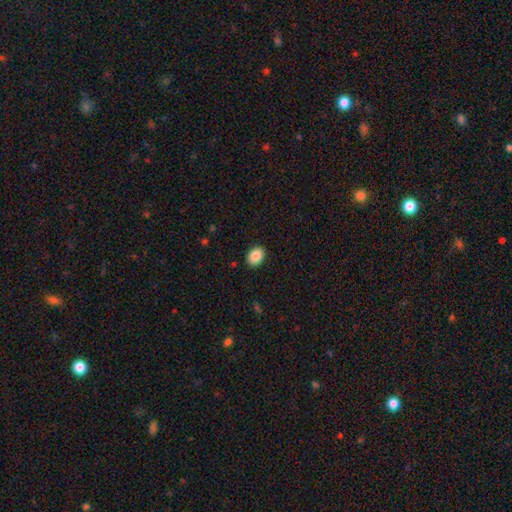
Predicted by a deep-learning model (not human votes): This is clearly a smooth galaxy (88%). How rounded: likely in between (64%). Merging: clearly none (90%).